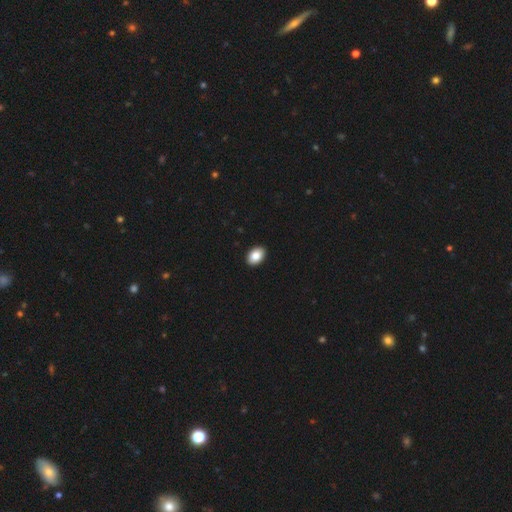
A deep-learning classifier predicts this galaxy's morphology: Smooth or featured?
  - smooth: 86% *
  - star or artifact: 7%
  - featured or disk: 6%
How rounded?
  - in between: 86% *
  - round: 13%
  - cigar-shaped: 1%
Merging?
  - none: 92% *
  - minor disturbance: 6%
  - major disturbance: 1%
  - merger: 1%